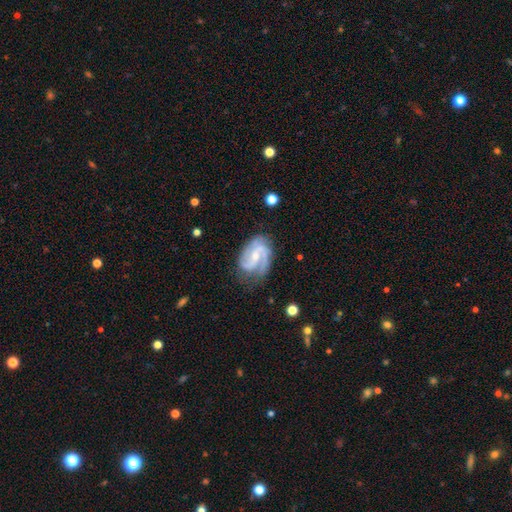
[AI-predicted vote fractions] Smooth or featured? featured or disk (87%)
Edge-on disk? no (98%)
Bar? weak (49%)
Spiral arms? yes (97%)
Spiral winding? medium (52%)
Spiral arm count? 2 (69%)
Bulge size? small (57%)
Merging? none (66%)